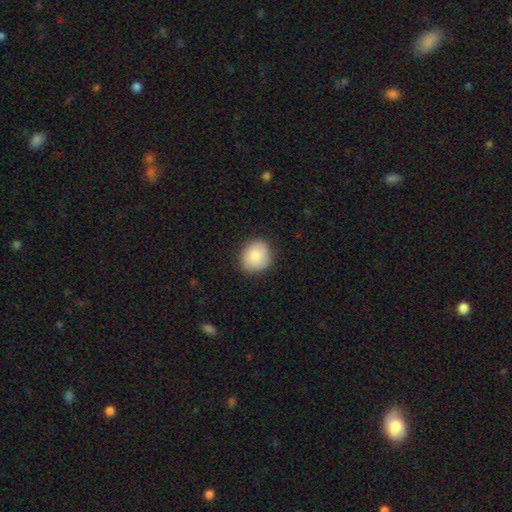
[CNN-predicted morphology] smooth_or_featured: smooth (p=0.84) [alt: featured or disk p=0.09]
how_rounded: round (p=0.83) [alt: in between p=0.16]
merging: none (p=0.85) [alt: minor disturbance p=0.12]